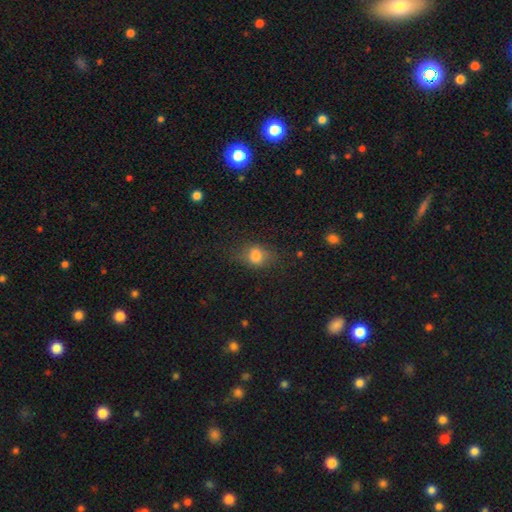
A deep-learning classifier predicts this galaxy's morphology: A smooth galaxy with no disk features (74%) that is in between round and cigar-shaped (50%). Merging: none (70%).